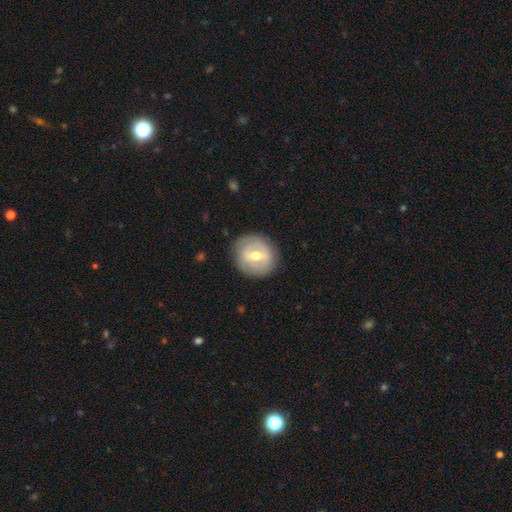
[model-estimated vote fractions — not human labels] Overall: featured or disk (63%; smooth 31%). Edge-on disk: no (94%). Bar: weak (47%; strong 36%). Spiral arms: no (59%; yes 41%). Bulge size: moderate (75%). Merging: none (83%).